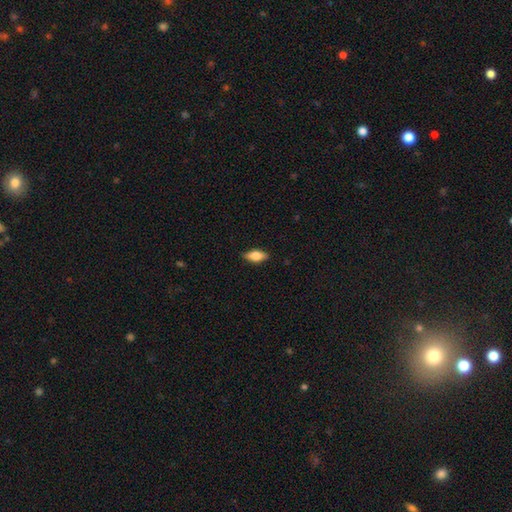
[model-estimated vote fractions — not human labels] This appears to be a smooth galaxy with no disk features (73%) that is in between round and cigar-shaped (80%). Merging: none (86%).